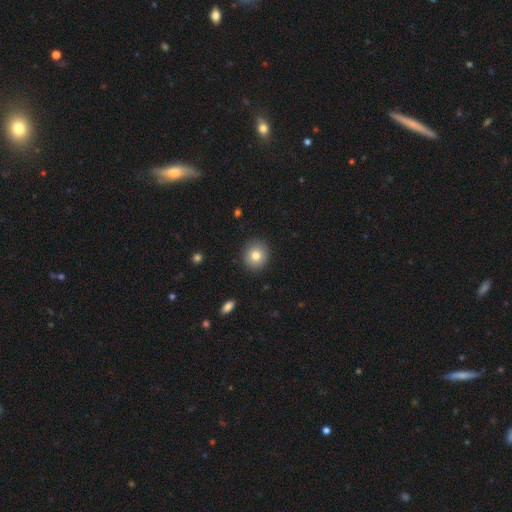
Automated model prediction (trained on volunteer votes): Smooth or featured?
  - smooth: 79% *
  - featured or disk: 11%
  - star or artifact: 10%
How rounded?
  - round: 89% *
  - in between: 10%
  - cigar-shaped: 1%
Merging?
  - none: 90% *
  - minor disturbance: 7%
  - major disturbance: 2%
  - merger: 1%